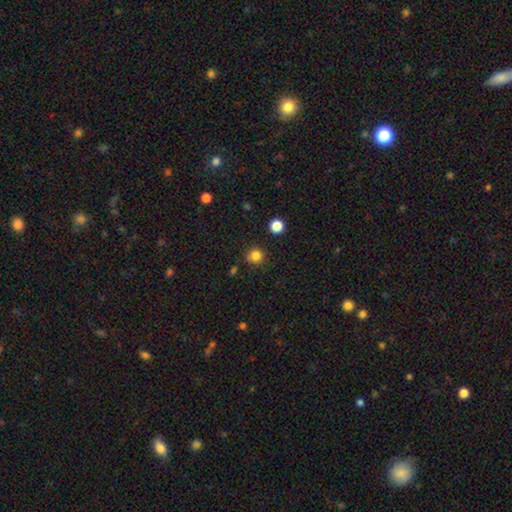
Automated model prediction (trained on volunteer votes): Morphology: type=smooth (82%); roundness=round (91%); merging=none (84%).